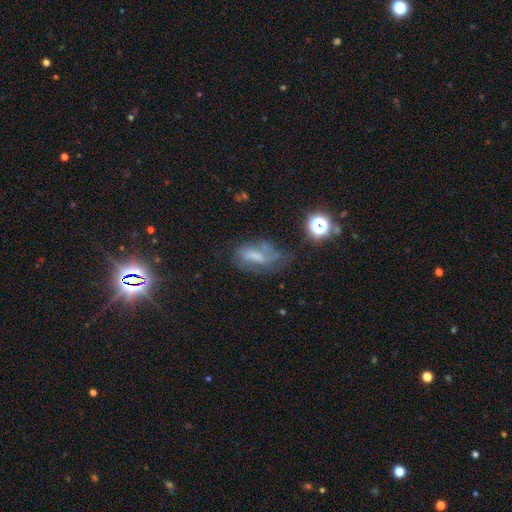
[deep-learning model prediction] Morphology: type=featured or disk (44%); merging=none (38%).